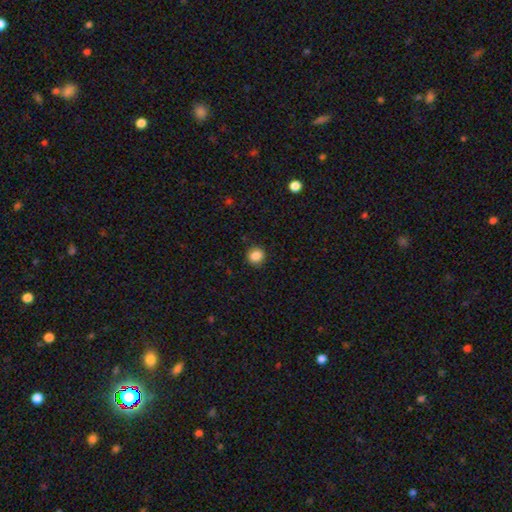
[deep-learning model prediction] smooth-or-featured: smooth: 87% | star or artifact: 10% | featured or disk: 3%
  how-rounded: round: 87% | in between: 12% | cigar-shaped: 1%
  merging: none: 89% | minor disturbance: 7% | major disturbance: 2% | merger: 1%